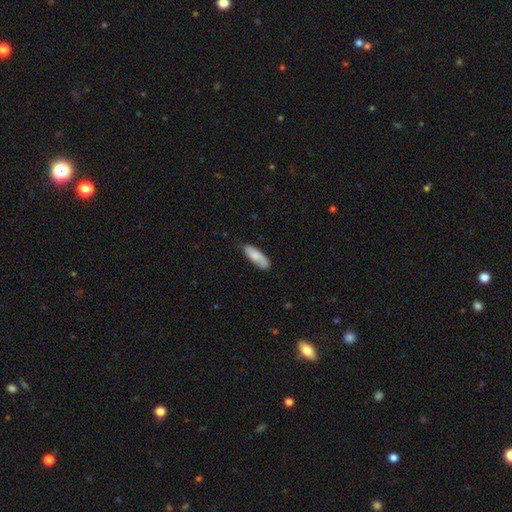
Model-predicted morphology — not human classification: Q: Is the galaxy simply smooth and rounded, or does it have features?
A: smooth — 73%.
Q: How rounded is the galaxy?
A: in between — 60%.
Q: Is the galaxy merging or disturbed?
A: none — 72%.